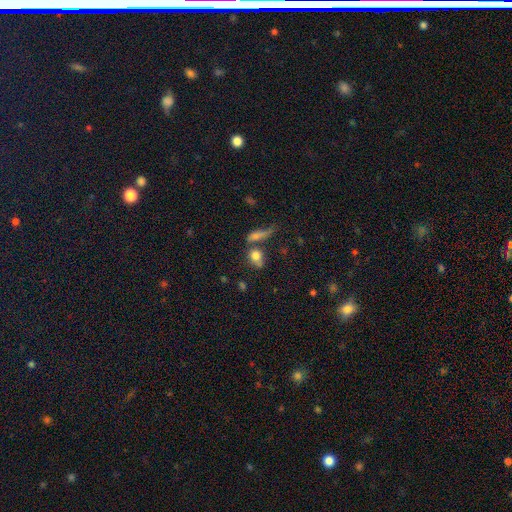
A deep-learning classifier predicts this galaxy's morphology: Smooth or featured: smooth — 77% (featured or disk — 12%)
How rounded: round — 47% (tied with in between — 47%)
Merging: none — 47% (merger — 29%)